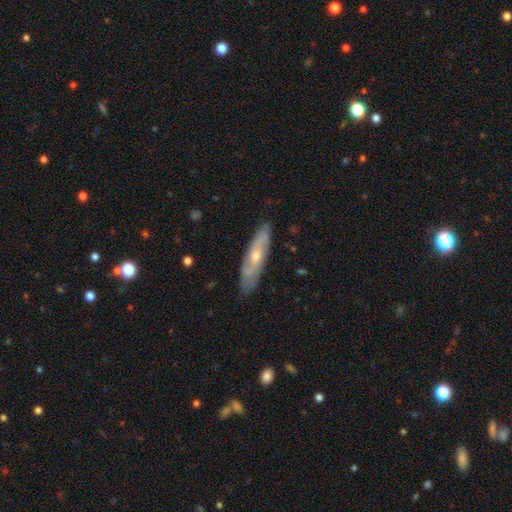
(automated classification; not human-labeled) smooth_or_featured: featured or disk (p=0.61) [alt: smooth p=0.33]
disk_edge_on: no (p=0.58) [alt: yes p=0.42]
merging: none (p=0.81) [alt: minor disturbance p=0.15]